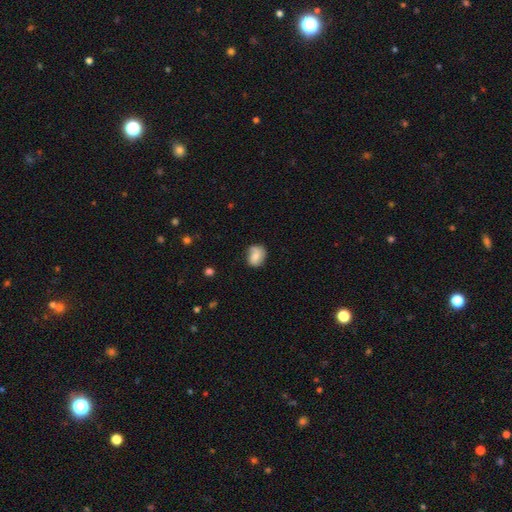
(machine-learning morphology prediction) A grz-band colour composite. It shows a smooth galaxy with no disk features (61%) that is in between round and cigar-shaped (50%). Merging: none (56%).